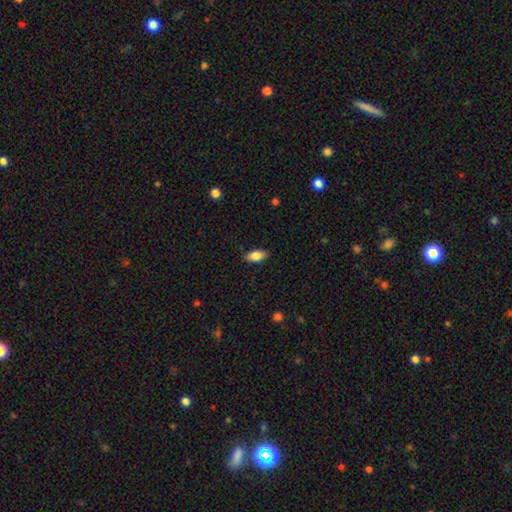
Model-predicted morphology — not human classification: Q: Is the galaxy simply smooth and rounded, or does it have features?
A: smooth — 82%.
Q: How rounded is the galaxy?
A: in between — 88%.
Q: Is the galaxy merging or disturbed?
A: none — 87%.